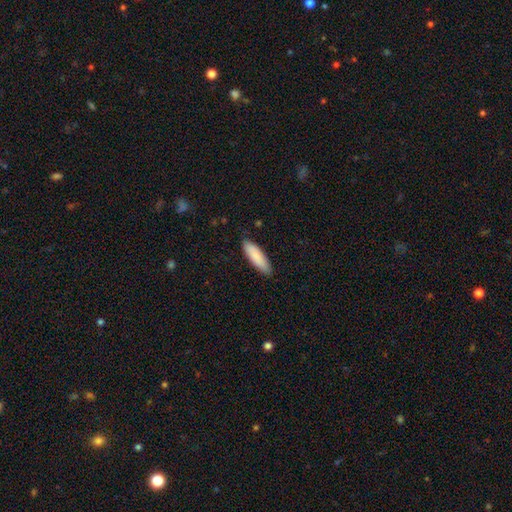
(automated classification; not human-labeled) Smooth or featured: smooth — 87% (featured or disk — 8%)
How rounded: cigar-shaped — 51% (in between — 48%)
Merging: none — 86% (minor disturbance — 12%)